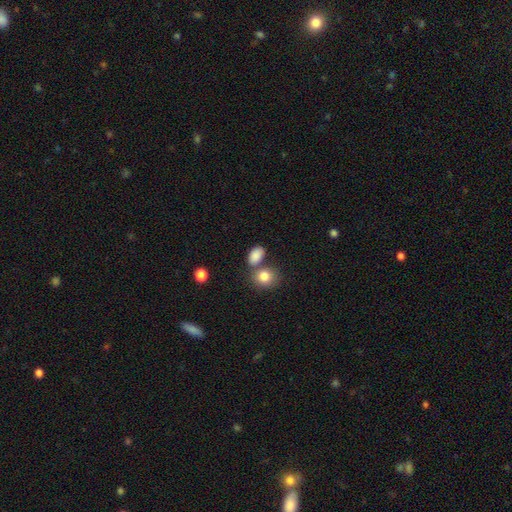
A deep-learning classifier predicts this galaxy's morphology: The model was most divided on "merging": none: 57%, merger: 24%, minor disturbance: 14%, major disturbance: 5%. More confident: smooth or featured — smooth (86%); how rounded — in between (81%).